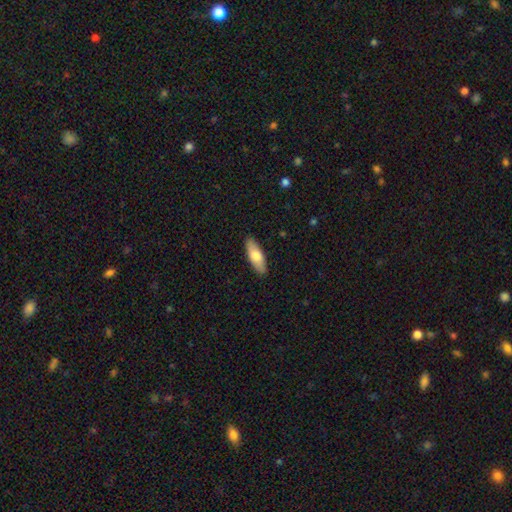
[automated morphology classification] Smooth or featured? smooth (73%)
How rounded? in between (67%)
Merging? none (89%)